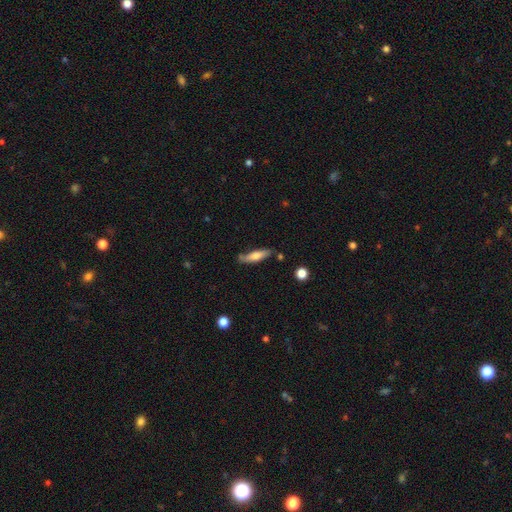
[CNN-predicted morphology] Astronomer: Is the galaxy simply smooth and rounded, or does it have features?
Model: smooth — 62%.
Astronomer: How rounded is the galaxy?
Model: cigar-shaped — 71%.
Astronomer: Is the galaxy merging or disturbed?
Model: none — 72%.